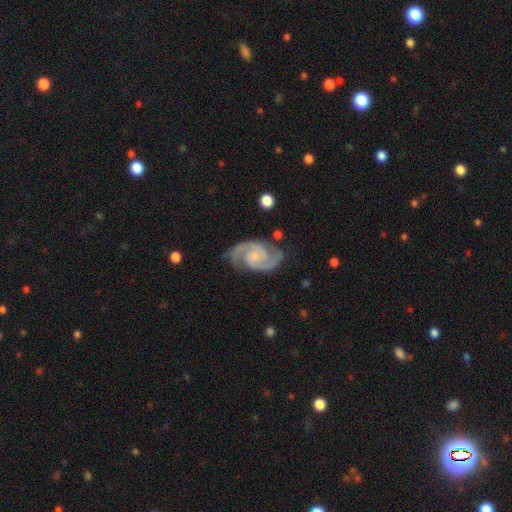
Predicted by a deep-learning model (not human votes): Smooth or featured?
  - featured or disk: 93% *
  - star or artifact: 4%
  - smooth: 3%
Edge-on disk?
  - no: 98% *
  - yes: 2%
Bar?
  - no: 60% *
  - weak: 32%
  - strong: 8%
Spiral arms?
  - yes: 99% *
  - no: 1%
Spiral winding?
  - medium: 53% *
  - tight: 39%
  - loose: 8%
Spiral arm count?
  - 2: 93% *
  - 3: 2%
  - can't tell: 2%
  - 1: 1%
  - 4: 1%
  - more than 4: 1%
Bulge size?
  - small: 62% *
  - none: 18%
  - moderate: 17%
  - large: 1%
  - dominant: 1%
Merging?
  - none: 82% *
  - minor disturbance: 13%
  - major disturbance: 3%
  - merger: 2%